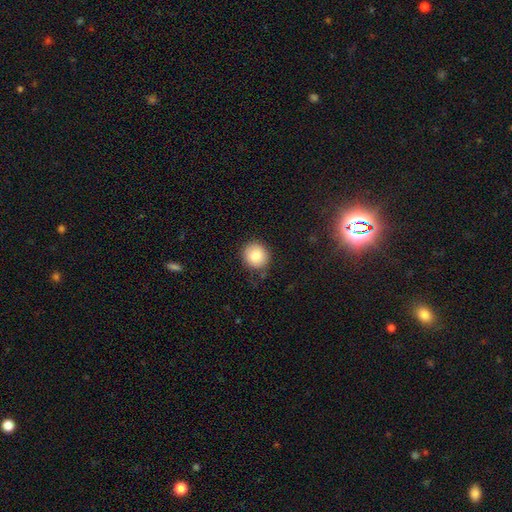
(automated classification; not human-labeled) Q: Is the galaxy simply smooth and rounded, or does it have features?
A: smooth — 83%.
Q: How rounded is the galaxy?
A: round — 89%.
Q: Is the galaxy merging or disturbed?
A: none — 84%.